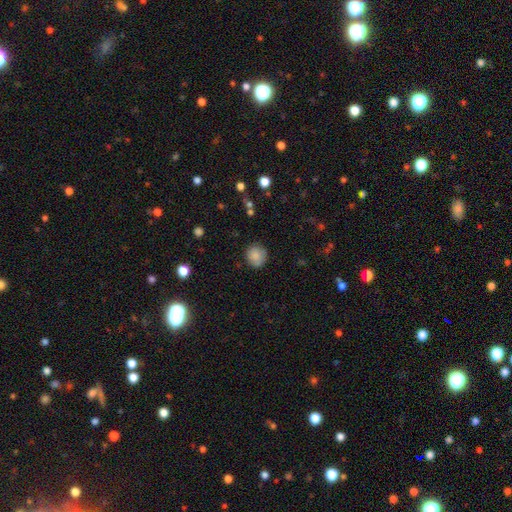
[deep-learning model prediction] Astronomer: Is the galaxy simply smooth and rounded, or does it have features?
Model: smooth — 85%.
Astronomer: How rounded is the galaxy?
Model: round — 88%.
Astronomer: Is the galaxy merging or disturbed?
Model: none — 83%.